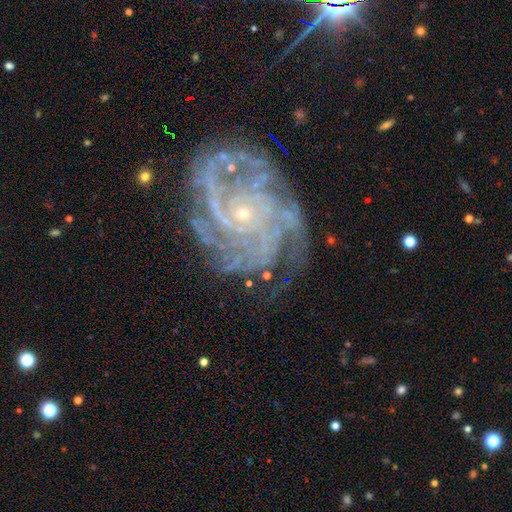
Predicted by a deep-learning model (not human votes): Smooth or featured?
  - featured or disk: 90% *
  - star or artifact: 7%
  - smooth: 4%
Edge-on disk?
  - no: 97% *
  - yes: 3%
Bar?
  - no: 77% *
  - weak: 17%
  - strong: 6%
Spiral arms?
  - yes: 98% *
  - no: 2%
Spiral winding?
  - tight: 68% *
  - medium: 27%
  - loose: 5%
Spiral arm count?
  - 4: 25% *
  - more than 4: 23%
  - can't tell: 19%
  - 3: 14%
  - 2: 11%
  - 1: 8%
Bulge size?
  - small: 86% *
  - moderate: 9%
  - none: 2%
  - large: 1%
  - dominant: 1%
Merging?
  - none: 69% *
  - minor disturbance: 18%
  - major disturbance: 10%
  - merger: 2%